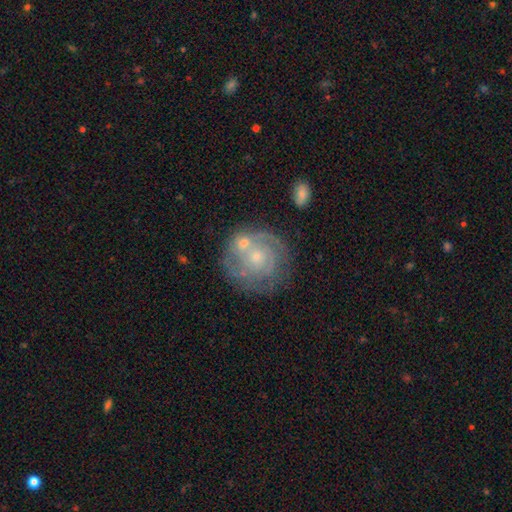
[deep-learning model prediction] smooth-or-featured: featured or disk: 74% | smooth: 19% | star or artifact: 7%
  disk-edge-on: no: 98% | yes: 2%
    bar: no: 78% | weak: 19% | strong: 3%
    has-spiral-arms: yes: 84% | no: 16%
      spiral-winding: tight: 68% | medium: 24% | loose: 7%
      spiral-arm-count: can't tell: 40% | 2: 28% | 3: 16% | 1: 7% | 4: 5% | more than 4: 4%
    bulge-size: small: 67% | moderate: 26% | none: 4% | large: 2% | dominant: 1%
  merging: none: 59% | merger: 17% | minor disturbance: 16% | major disturbance: 8%